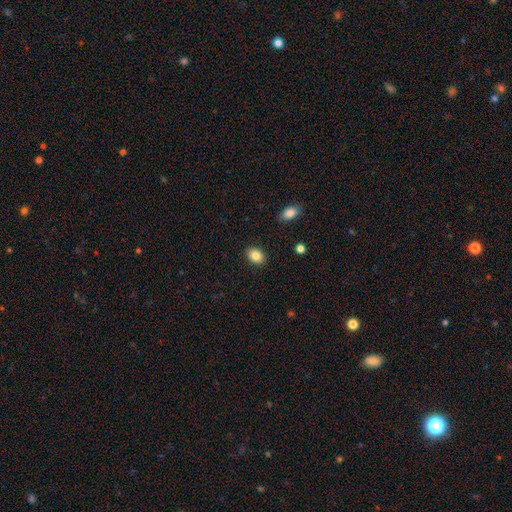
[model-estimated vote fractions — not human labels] smooth_or_featured: smooth (p=0.86) [alt: star or artifact p=0.08]
how_rounded: in between (p=0.79) [alt: round p=0.20]
merging: none (p=0.89) [alt: minor disturbance p=0.08]